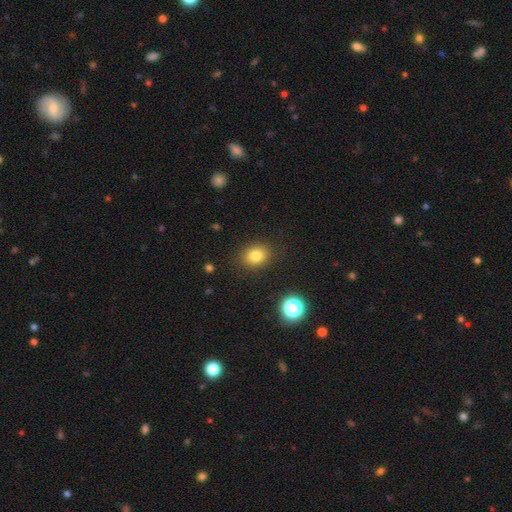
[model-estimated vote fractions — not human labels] Smooth or featured: smooth — 80% (star or artifact — 12%)
How rounded: round — 54% (in between — 45%)
Merging: none — 87% (minor disturbance — 8%)